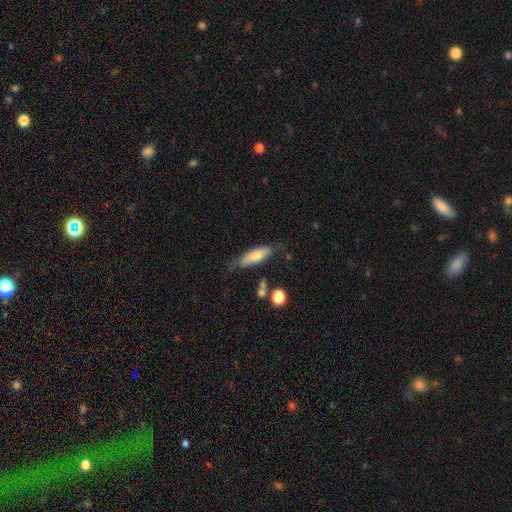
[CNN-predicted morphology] smooth_or_featured: smooth (p=0.78) [alt: featured or disk p=0.16]
how_rounded: in between (p=0.50) [alt: cigar-shaped p=0.48]
merging: none (p=0.70) [alt: minor disturbance p=0.21]